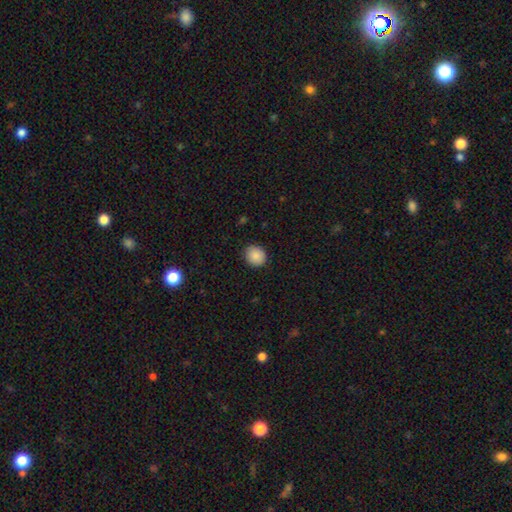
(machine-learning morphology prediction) The model was most divided on "how rounded": round: 78%, in between: 21%, cigar-shaped: 1%. More confident: merging — none (89%); smooth or featured — smooth (88%).